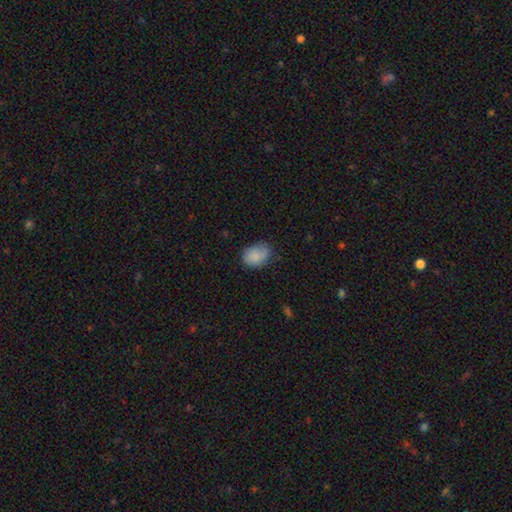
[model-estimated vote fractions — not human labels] smooth-or-featured: smooth: 86% | star or artifact: 8% | featured or disk: 7%
  how-rounded: in between: 71% | round: 28% | cigar-shaped: 1%
  merging: none: 66% | minor disturbance: 27% | major disturbance: 5% | merger: 2%